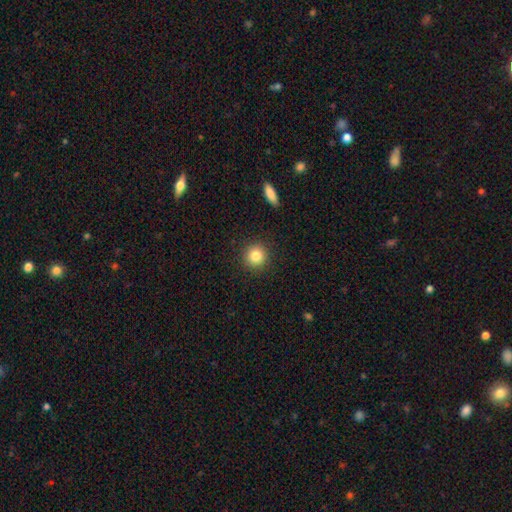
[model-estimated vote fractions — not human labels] Smooth or featured? smooth (84%)
How rounded? round (93%)
Merging? none (91%)